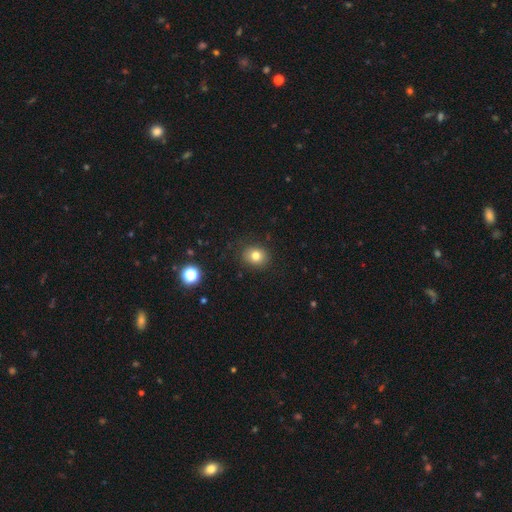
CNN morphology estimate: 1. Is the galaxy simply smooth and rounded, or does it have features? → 79% smooth, 12% star or artifact, 8% featured or disk.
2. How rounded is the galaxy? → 64% round, 35% in between, 1% cigar-shaped.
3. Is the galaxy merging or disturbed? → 88% none, 8% minor disturbance, 2% major disturbance, 1% merger.